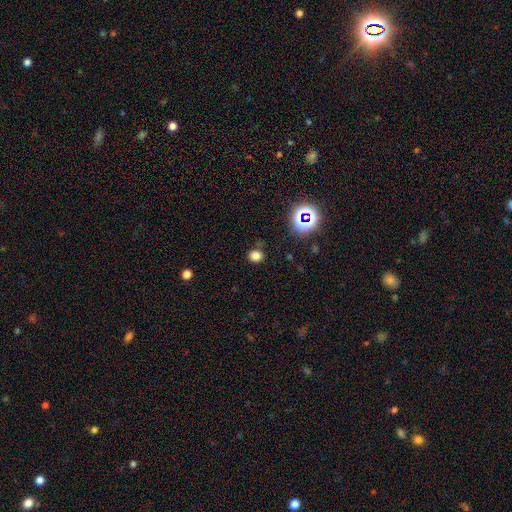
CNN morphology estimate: A smooth galaxy with no disk features (75%) that is round (81%). Merging: none (82%).